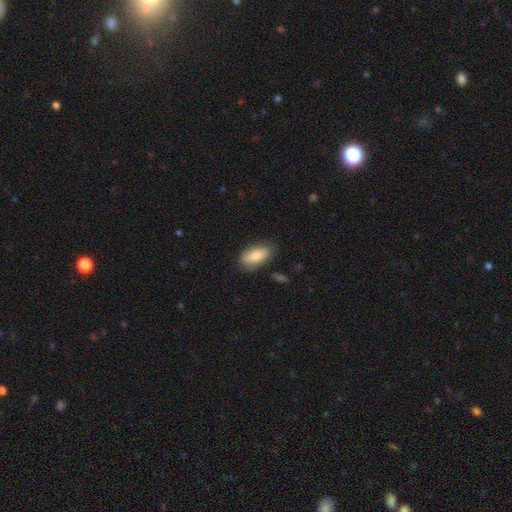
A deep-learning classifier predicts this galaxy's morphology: The model was most divided on "smooth or featured": smooth: 76%, featured or disk: 18%, star or artifact: 7%. More confident: how rounded — in between (88%); merging — none (77%).